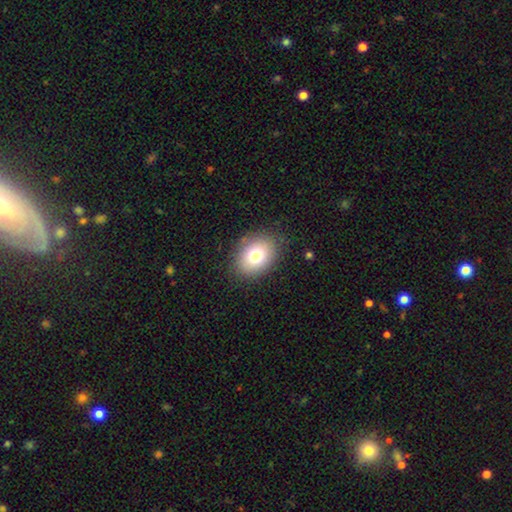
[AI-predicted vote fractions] This appears to be a smooth galaxy with no disk features (77%) that is in between round and cigar-shaped (65%). Merging: none (85%).